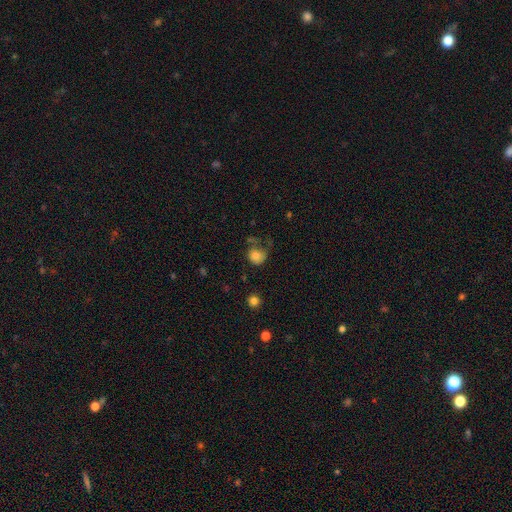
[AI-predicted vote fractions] Q: Smooth or featured?
A: smooth (76%); runner-up: featured or disk (14%)
Q: How rounded?
A: round (79%); runner-up: in between (20%)
Q: Merging?
A: none (47%); runner-up: minor disturbance (25%)